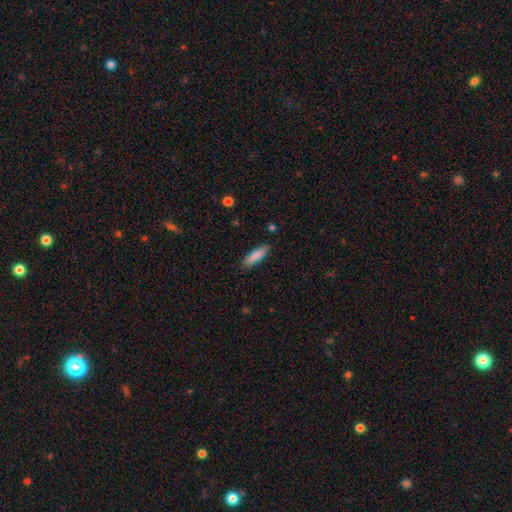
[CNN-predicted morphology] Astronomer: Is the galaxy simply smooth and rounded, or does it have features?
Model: smooth — 86%.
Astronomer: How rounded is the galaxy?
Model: cigar-shaped — 67%.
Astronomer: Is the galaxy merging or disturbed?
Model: none — 87%.